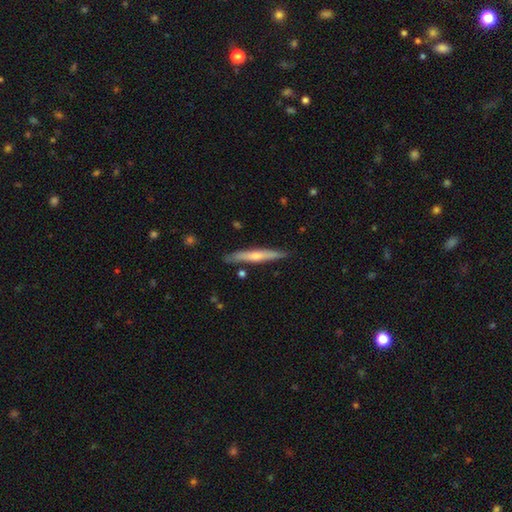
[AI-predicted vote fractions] Q: Smooth or featured?
A: featured or disk (54%); runner-up: smooth (40%)
Q: Edge-on disk?
A: yes (95%); runner-up: no (5%)
Q: Edge-on bulge?
A: rounded (68%); runner-up: none (27%)
Q: Merging?
A: none (87%); runner-up: minor disturbance (9%)